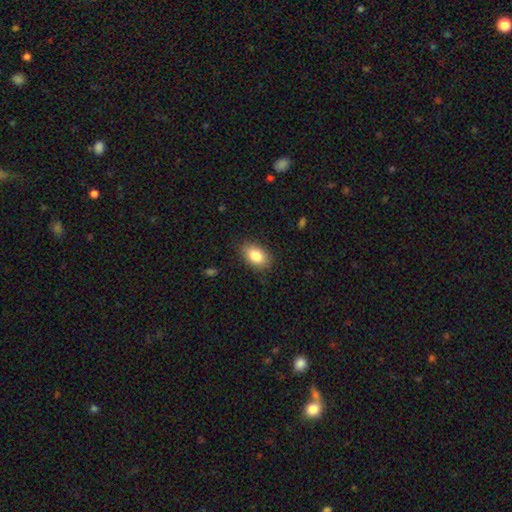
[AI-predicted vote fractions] Q: Smooth or featured?
A: smooth (85%); runner-up: featured or disk (8%)
Q: How rounded?
A: in between (89%); runner-up: round (10%)
Q: Merging?
A: none (86%); runner-up: minor disturbance (11%)